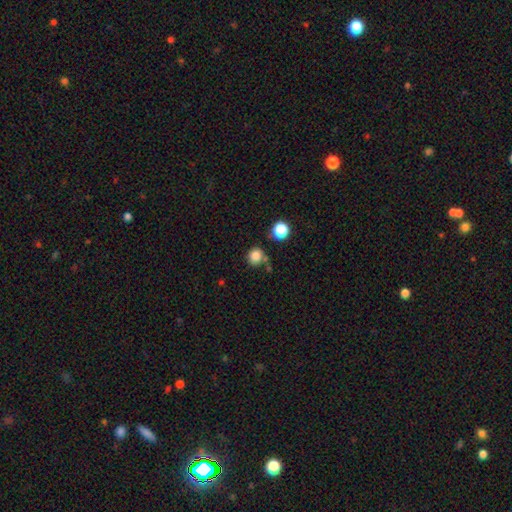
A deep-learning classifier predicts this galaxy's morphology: Smooth or featured: smooth — 83% (star or artifact — 12%)
How rounded: round — 83% (in between — 16%)
Merging: none — 68% (minor disturbance — 15%)